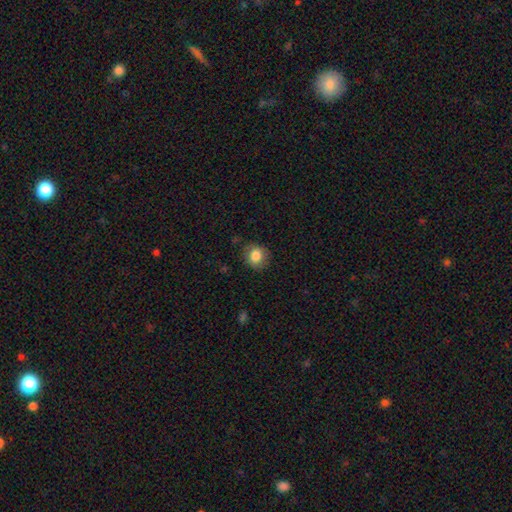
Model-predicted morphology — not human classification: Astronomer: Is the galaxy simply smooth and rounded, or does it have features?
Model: smooth — 84%.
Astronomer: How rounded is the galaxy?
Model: round — 73%.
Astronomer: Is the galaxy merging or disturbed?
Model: none — 79%.